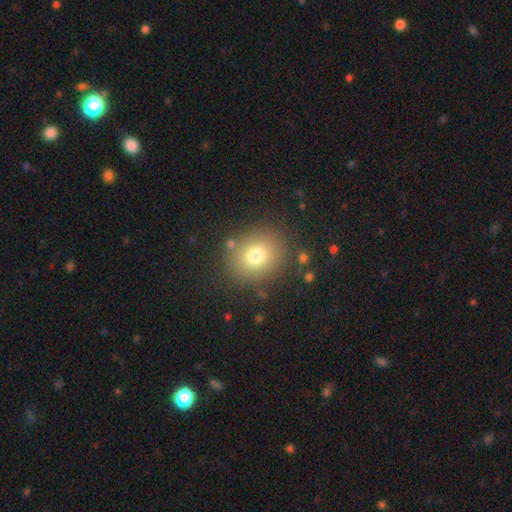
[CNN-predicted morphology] Smooth or featured? Predicted: smooth (p=0.75). How rounded? Predicted: round (p=0.80). Merging? Predicted: none (p=0.84).